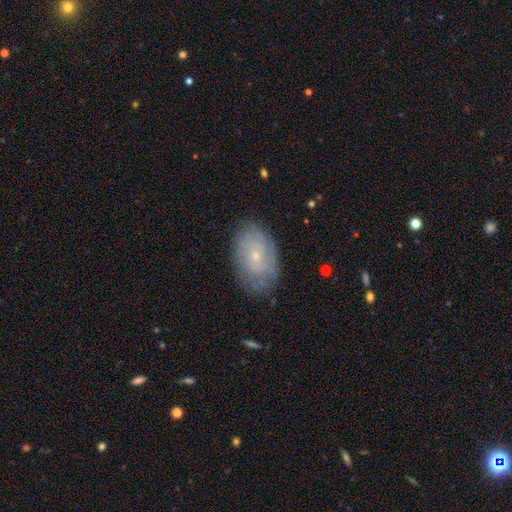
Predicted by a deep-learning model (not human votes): Smooth or featured?
  - featured or disk: 48% *
  - smooth: 43%
  - star or artifact: 9%
Merging?
  - none: 77% *
  - minor disturbance: 17%
  - major disturbance: 5%
  - merger: 1%